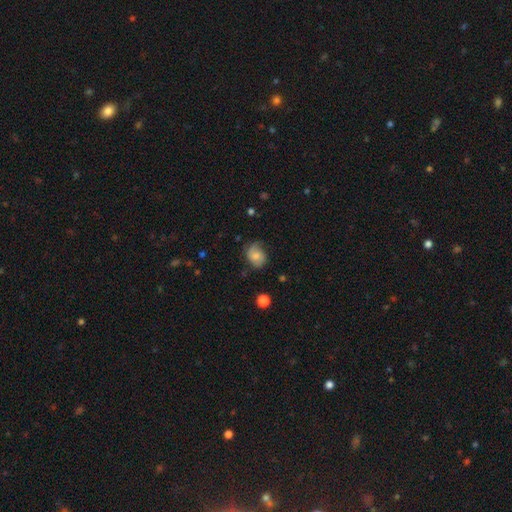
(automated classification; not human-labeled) Smooth or featured? smooth (52%)
How rounded? in between (51%)
Merging? none (62%)